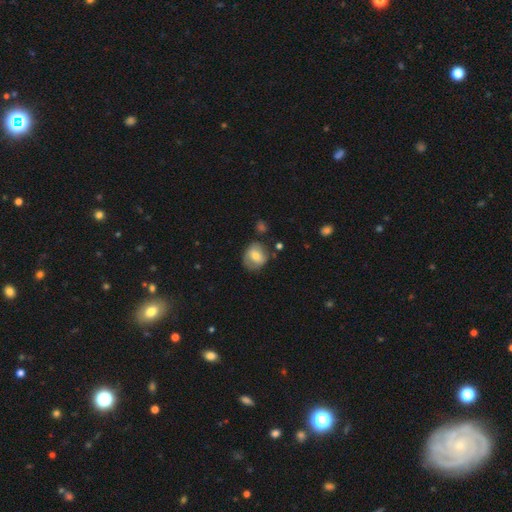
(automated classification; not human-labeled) Overall: smooth (58%; featured or disk 34%). How rounded: round (65%; in between 34%). Merging: none (64%).